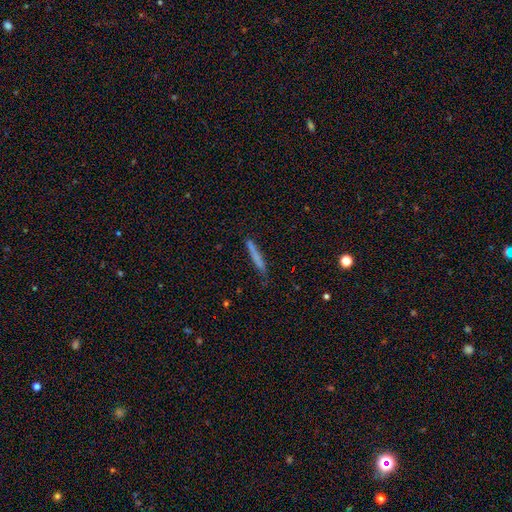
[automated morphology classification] This appears to be a smooth galaxy with no disk features (68%) that is cigar-shaped (96%). Merging: none (82%).